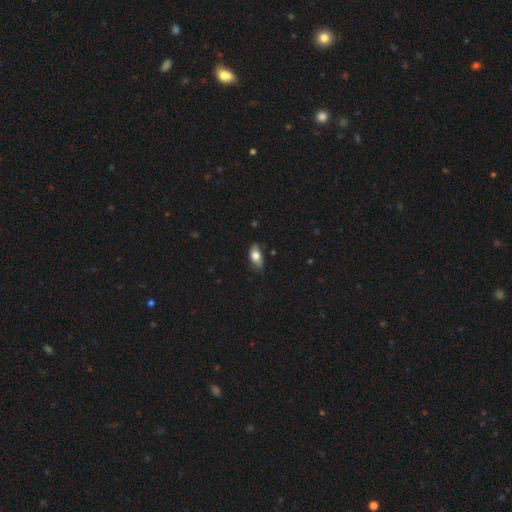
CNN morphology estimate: Overall: smooth (78%). How rounded: in between (89%). Merging: none (75%).